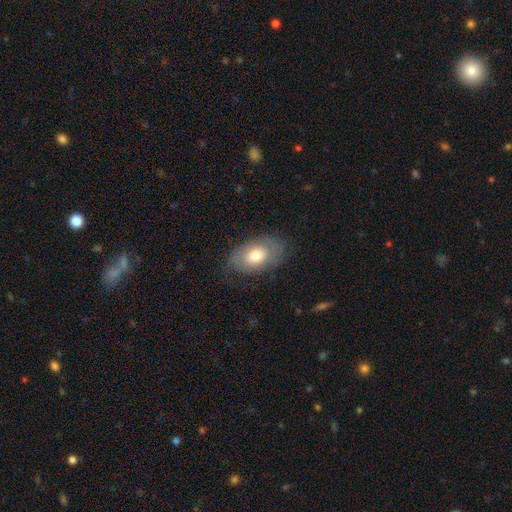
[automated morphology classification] The model was most divided on "smooth or featured": smooth: 66%, featured or disk: 27%, star or artifact: 7%. More confident: how rounded — in between (92%); merging — none (75%).